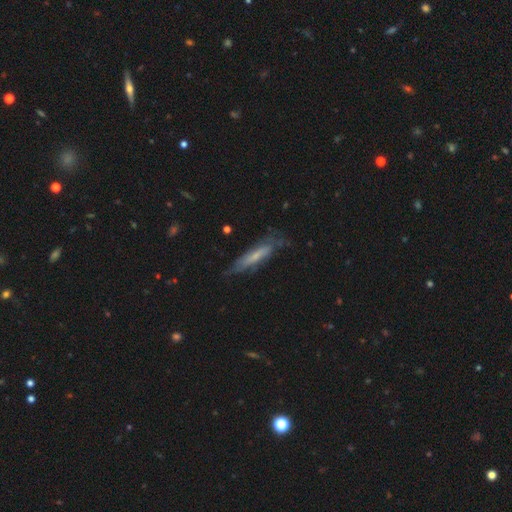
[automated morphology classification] Smooth or featured? featured or disk (50%)
Merging? none (65%)